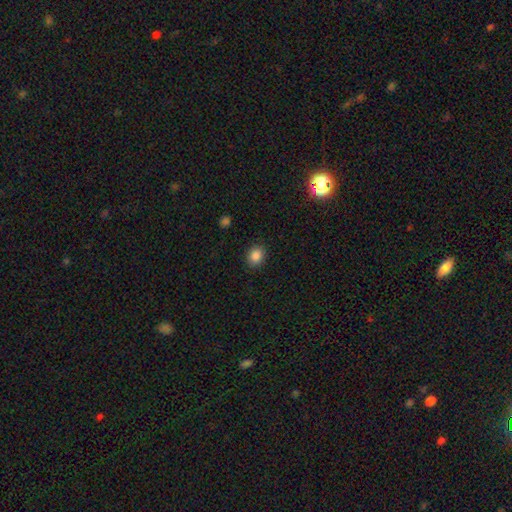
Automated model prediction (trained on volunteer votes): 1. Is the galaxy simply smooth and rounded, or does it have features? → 86% smooth, 10% star or artifact, 4% featured or disk.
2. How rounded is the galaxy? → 54% round, 45% in between, 1% cigar-shaped.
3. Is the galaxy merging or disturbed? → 89% none, 8% minor disturbance, 2% major disturbance, 1% merger.